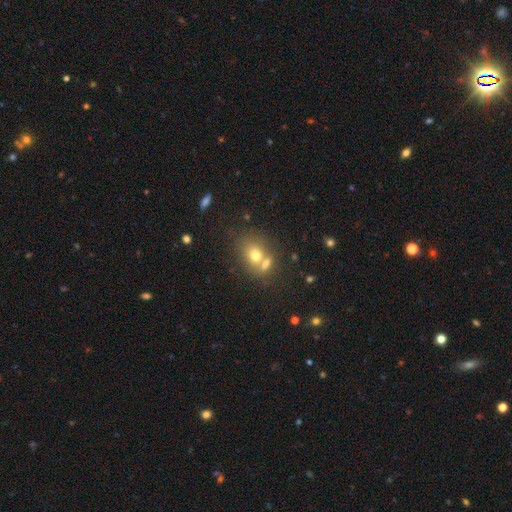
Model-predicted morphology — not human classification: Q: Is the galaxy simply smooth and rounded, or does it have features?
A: smooth — 70%.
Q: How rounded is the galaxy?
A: round — 52%.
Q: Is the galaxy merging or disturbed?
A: merger — 47%.